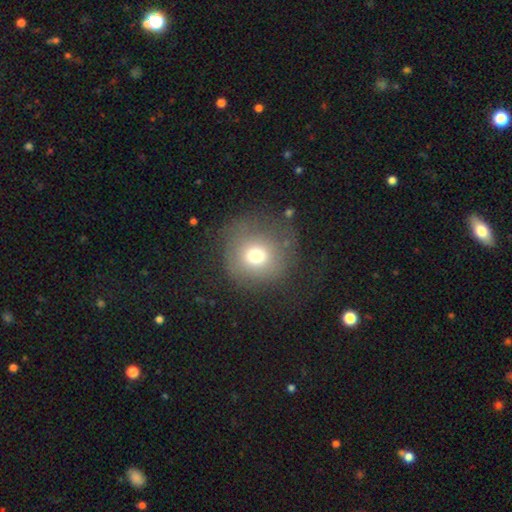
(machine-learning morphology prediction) smooth 70%, featured or disk 16%, star or artifact 14%. Down the decision tree: how rounded — round (90%); merging — none (66%).